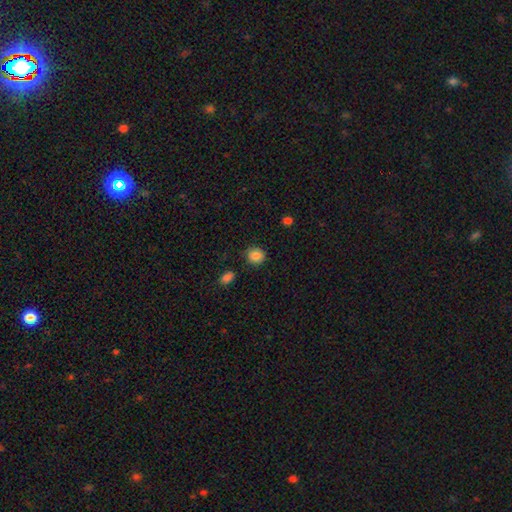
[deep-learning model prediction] smooth 86%, star or artifact 9%, featured or disk 5%. Down the decision tree: how rounded — round (81%); merging — none (85%).